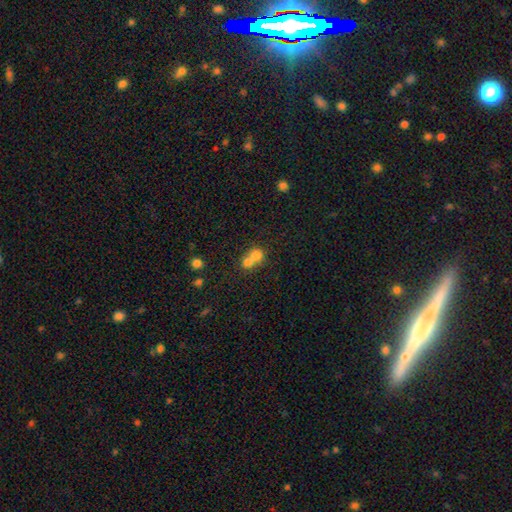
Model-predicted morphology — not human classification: smooth 73%, featured or disk 15%, star or artifact 12%. Down the decision tree: how rounded — round (77%); merging — merger (69%).